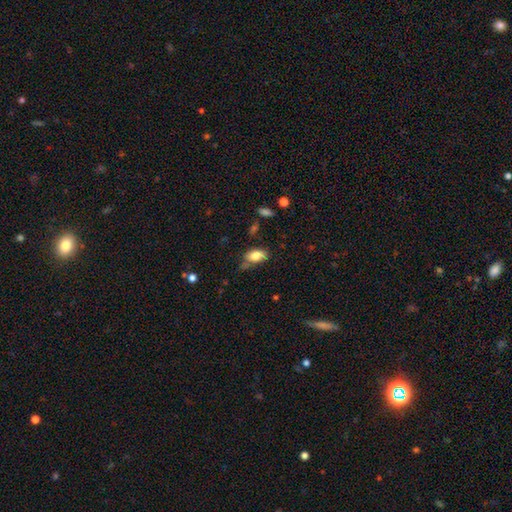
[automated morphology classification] The model was most divided on "merging": none: 55%, minor disturbance: 30%, major disturbance: 9%, merger: 5%. More confident: how rounded — in between (90%); smooth or featured — smooth (81%).